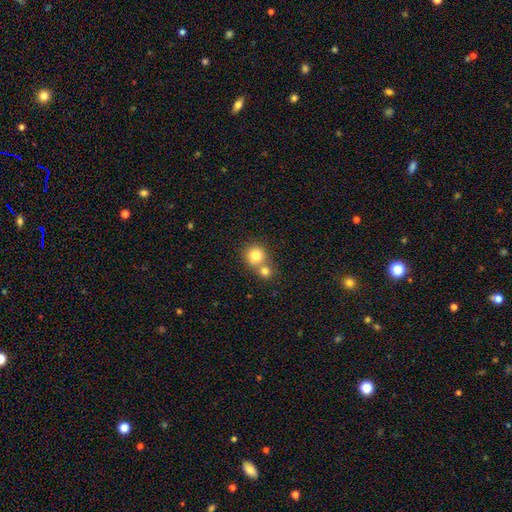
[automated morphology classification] Smooth or featured? smooth (80%)
How rounded? round (89%)
Merging? none (46%, tied with merger)